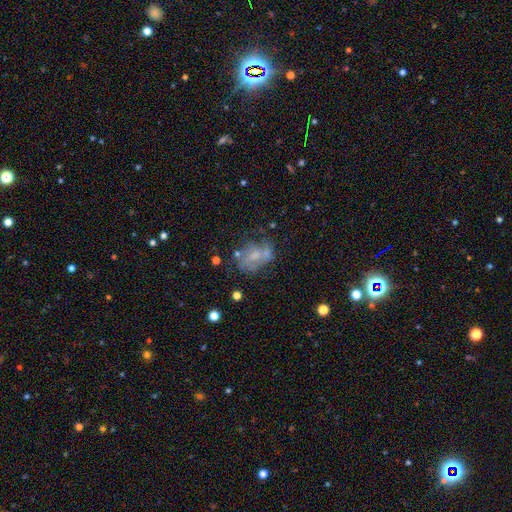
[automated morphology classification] Smooth or featured: featured or disk — 54% (smooth — 33%)
Edge-on disk: no — 96% (yes — 4%)
Bar: no — 58% (weak — 33%)
Spiral arms: no — 60% (yes — 40%)
Bulge size: small — 39% (none — 32%)
Merging: none — 41% (major disturbance — 24%)